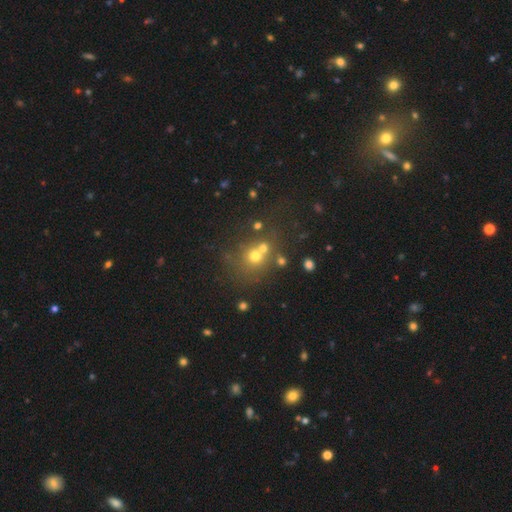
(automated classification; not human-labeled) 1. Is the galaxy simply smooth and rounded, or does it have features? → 62% smooth, 21% star or artifact, 16% featured or disk.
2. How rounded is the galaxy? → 84% round, 15% in between, 1% cigar-shaped.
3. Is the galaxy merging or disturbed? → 49% none, 36% merger, 10% minor disturbance, 6% major disturbance.